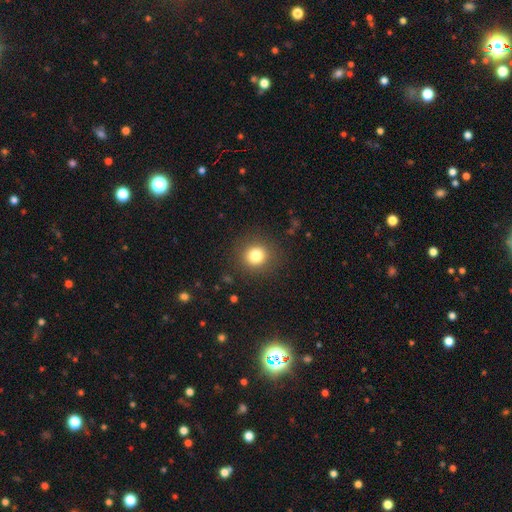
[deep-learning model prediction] The model was most divided on "smooth or featured": smooth: 80%, star or artifact: 12%, featured or disk: 8%. More confident: how rounded — round (90%); merging — none (88%).